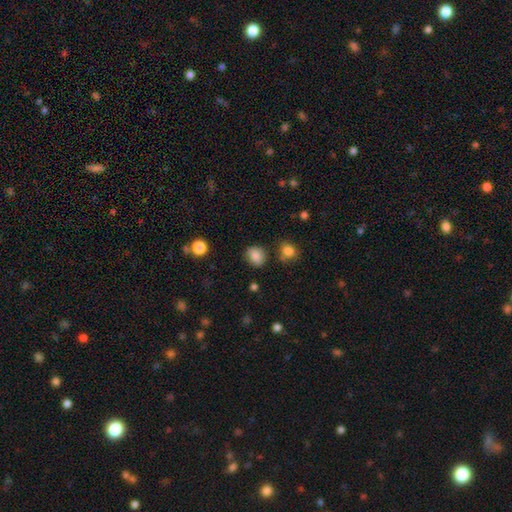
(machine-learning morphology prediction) Q: Smooth or featured?
A: smooth (83%); runner-up: star or artifact (10%)
Q: How rounded?
A: round (61%); runner-up: in between (38%)
Q: Merging?
A: none (81%); runner-up: minor disturbance (12%)